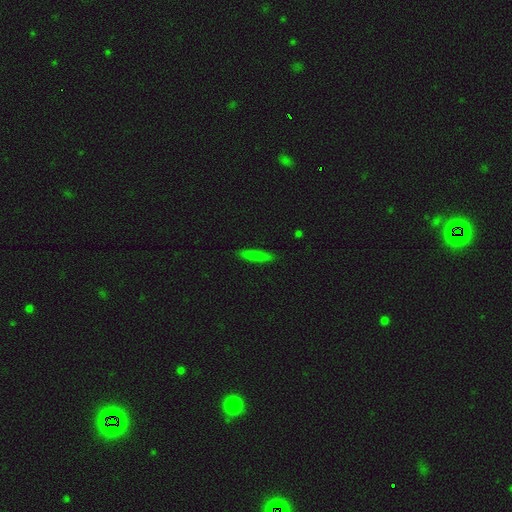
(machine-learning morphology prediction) type=smooth (80%); roundness=cigar-shaped (81%); merging=none (88%).